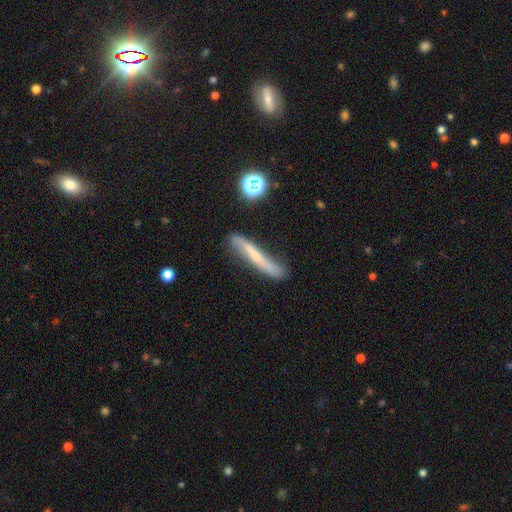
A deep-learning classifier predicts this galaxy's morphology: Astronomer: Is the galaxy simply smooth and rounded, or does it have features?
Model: featured or disk — 48% (runner-up: smooth, 43%).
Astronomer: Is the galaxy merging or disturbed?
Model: none — 71%.